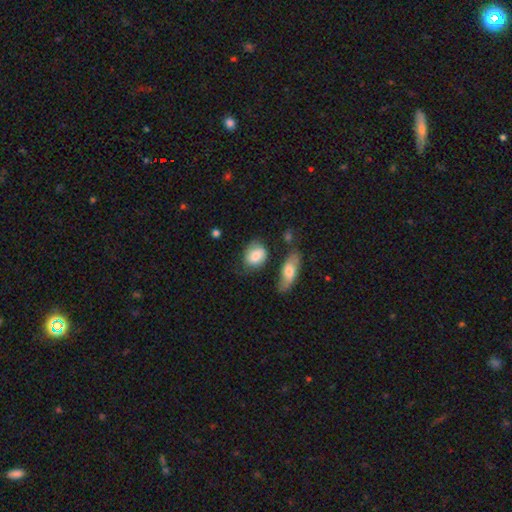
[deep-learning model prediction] A smooth galaxy with no disk features (77%) that is in between round and cigar-shaped (59%). Merging: none (63%).